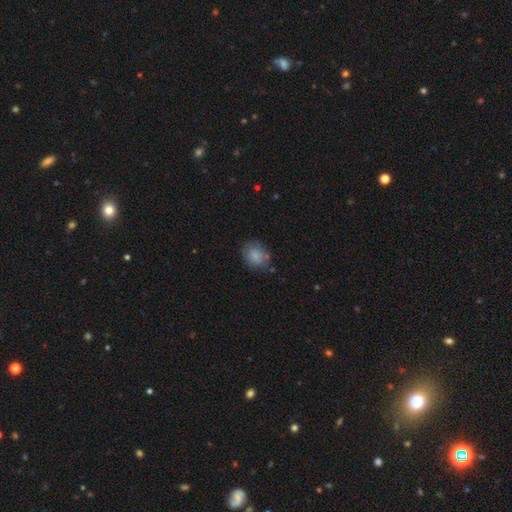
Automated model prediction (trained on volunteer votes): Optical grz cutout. It shows a smooth galaxy with no disk features (83%) that is round (52%). Merging: none (71%).